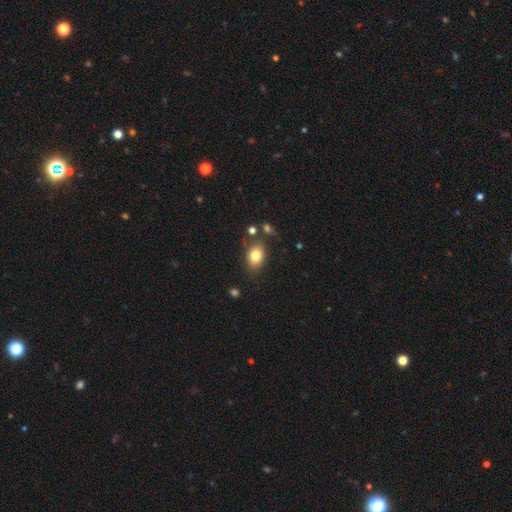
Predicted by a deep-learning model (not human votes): Smooth or featured? smooth (81%)
How rounded? in between (73%)
Merging? none (75%)